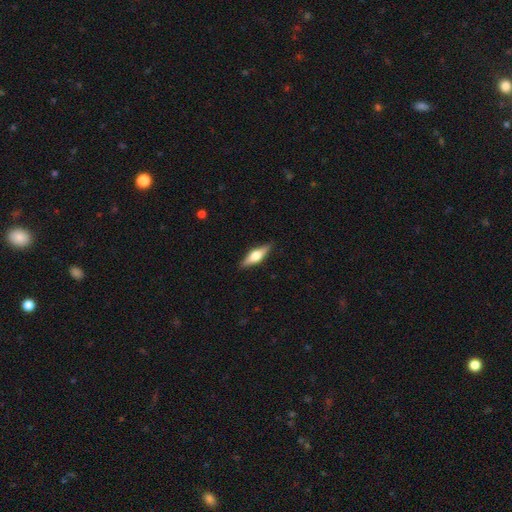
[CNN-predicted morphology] Overall: featured or disk (54%; smooth 40%). Edge-on disk: yes (95%). Edge-on bulge: rounded (92%). Merging: none (88%).